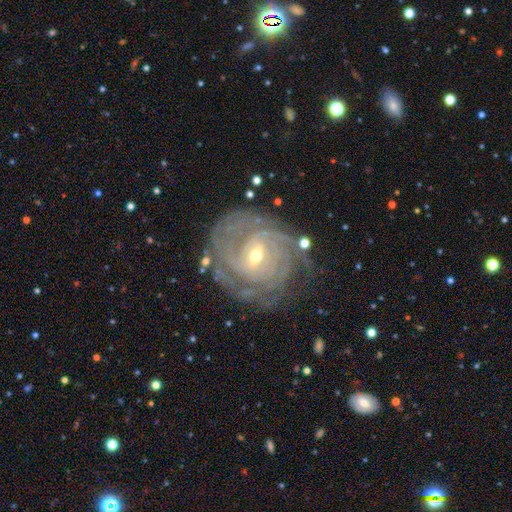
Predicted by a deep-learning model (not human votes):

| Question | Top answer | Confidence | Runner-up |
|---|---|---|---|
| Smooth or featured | featured or disk | 90% | star or artifact (5%) |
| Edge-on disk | no | 97% | yes (3%) |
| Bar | weak | 51% | no (27%) |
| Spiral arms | yes | 98% | no (2%) |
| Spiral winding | tight | 78% | medium (19%) |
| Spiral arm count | can't tell | 26% | 4 (22%) |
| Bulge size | small | 57% | moderate (40%) |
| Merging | none | 73% | minor disturbance (17%) |